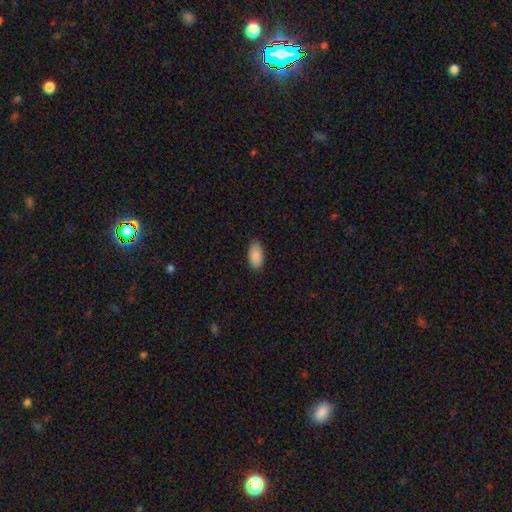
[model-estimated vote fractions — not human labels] Smooth or featured? Predicted: smooth (p=0.89). How rounded? Predicted: in between (p=0.94). Merging? Predicted: none (p=0.84).